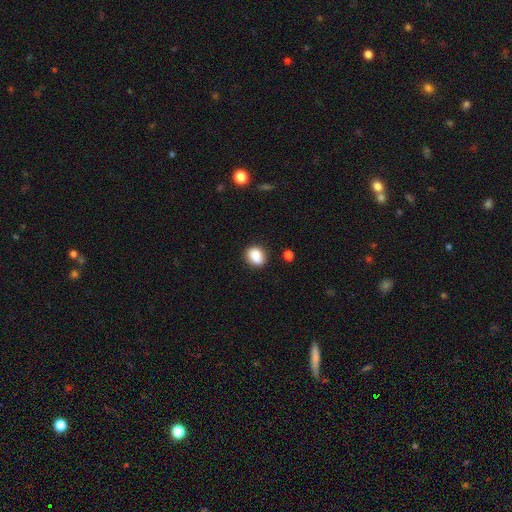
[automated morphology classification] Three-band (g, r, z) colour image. It shows a smooth galaxy with no disk features (85%) that is round (58%). Merging: none (75%).